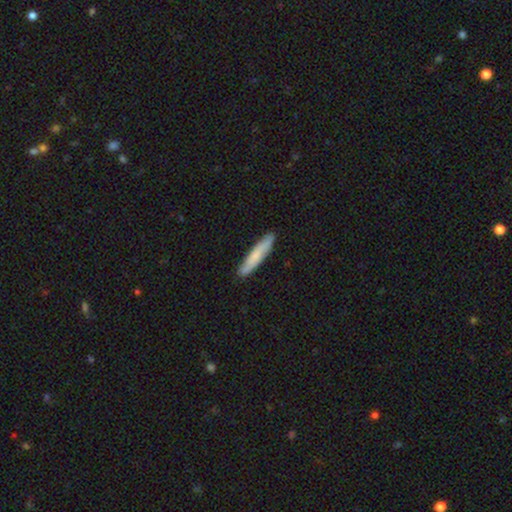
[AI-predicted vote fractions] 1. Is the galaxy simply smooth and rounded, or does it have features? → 72% smooth, 23% featured or disk, 5% star or artifact.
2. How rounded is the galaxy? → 91% cigar-shaped, 8% in between, 1% round.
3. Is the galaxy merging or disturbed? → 88% none, 9% minor disturbance, 1% major disturbance, 1% merger.